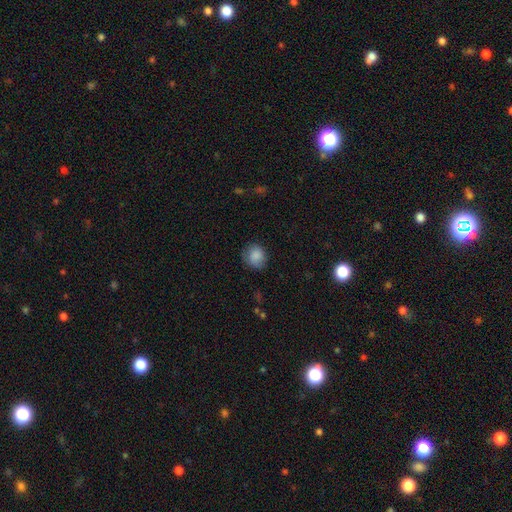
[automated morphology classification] A smooth galaxy with no disk features (86%) that is round (76%). Merging: none (75%).